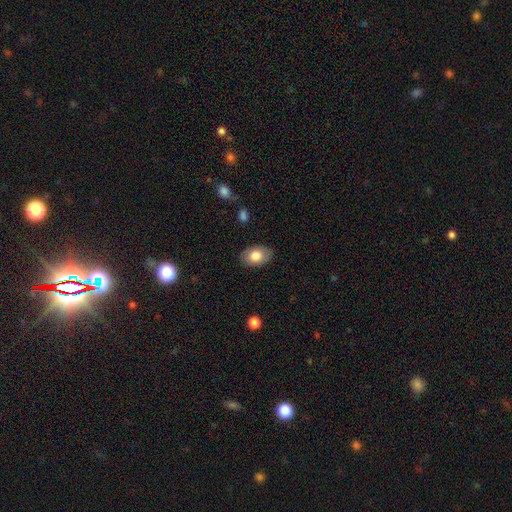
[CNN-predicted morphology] Smooth or featured?
  - smooth: 80% *
  - featured or disk: 13%
  - star or artifact: 7%
How rounded?
  - in between: 88% *
  - round: 11%
  - cigar-shaped: 1%
Merging?
  - none: 86% *
  - minor disturbance: 11%
  - major disturbance: 2%
  - merger: 1%